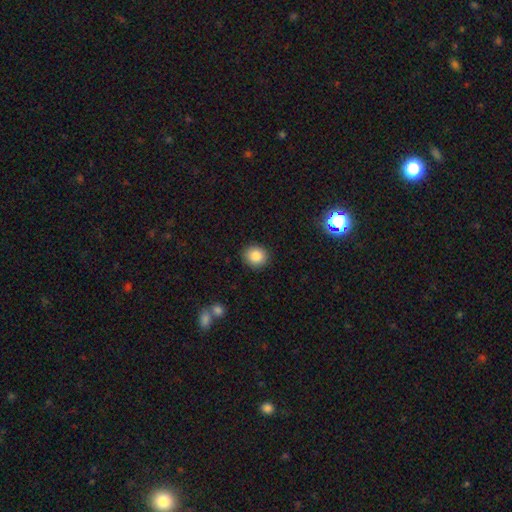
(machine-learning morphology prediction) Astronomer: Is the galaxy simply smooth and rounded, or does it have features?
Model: smooth — 85%.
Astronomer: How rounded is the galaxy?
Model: round — 84%.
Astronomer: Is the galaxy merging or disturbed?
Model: none — 91%.